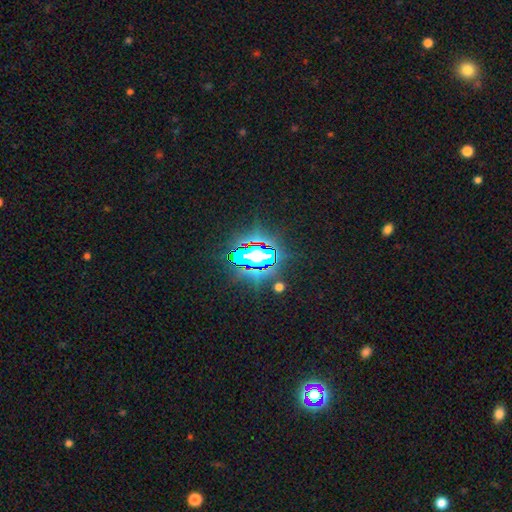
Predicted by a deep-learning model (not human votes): A star or artifact, not a galaxy (74%).